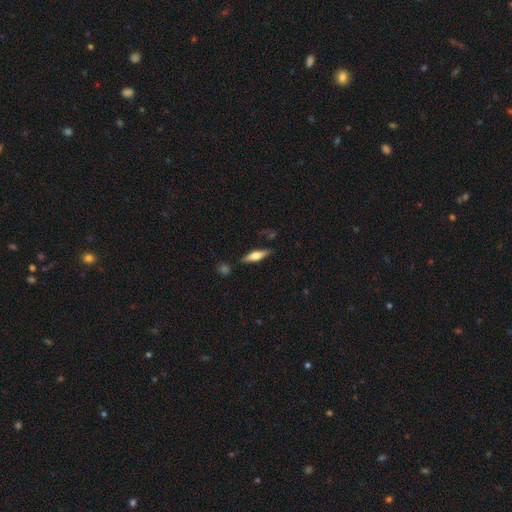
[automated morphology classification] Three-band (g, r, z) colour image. It shows a smooth galaxy with no disk features (48%). Merging: none (81%).